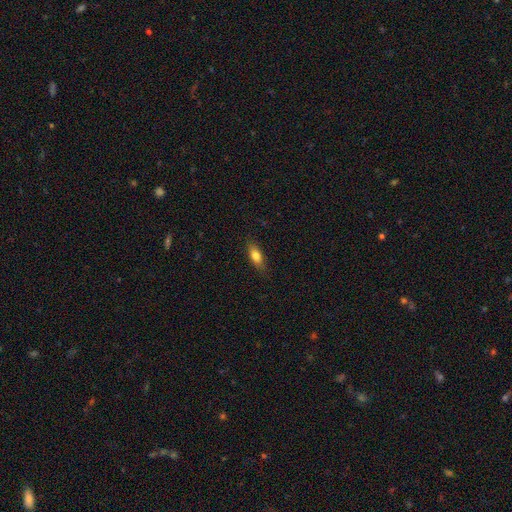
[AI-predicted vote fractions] Overall: smooth (77%). How rounded: in between (74%). Merging: none (82%).